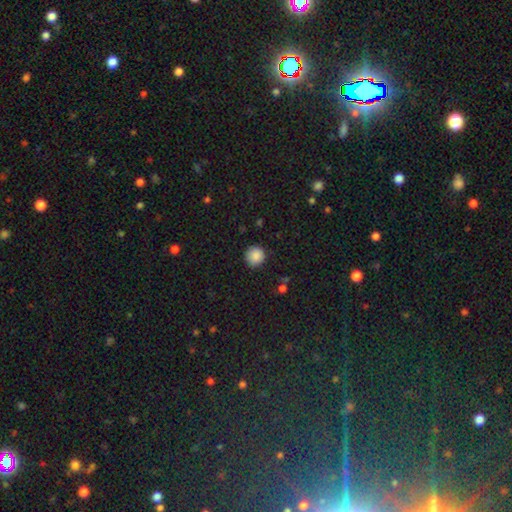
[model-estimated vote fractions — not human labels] A smooth galaxy with no disk features (87%) that is round (94%). Merging: none (89%).